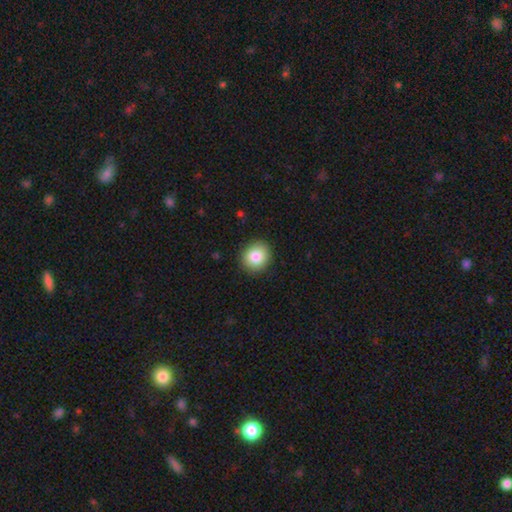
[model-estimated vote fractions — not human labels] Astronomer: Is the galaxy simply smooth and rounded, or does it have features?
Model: smooth — 84%.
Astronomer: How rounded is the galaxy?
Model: round — 80%.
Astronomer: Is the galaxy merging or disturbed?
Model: none — 91%.